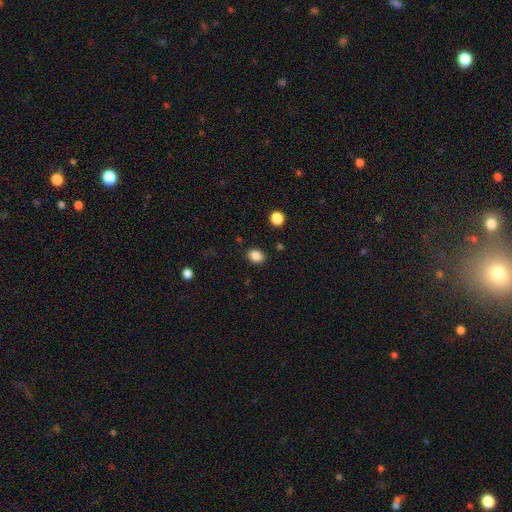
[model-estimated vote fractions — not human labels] smooth 86%, star or artifact 10%, featured or disk 4%. Down the decision tree: how rounded — in between (59%); merging — none (87%).